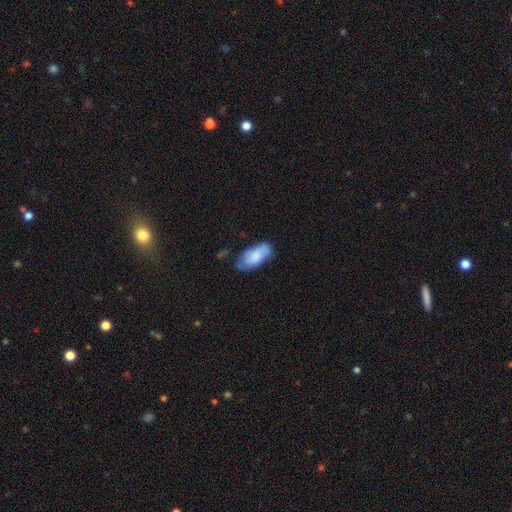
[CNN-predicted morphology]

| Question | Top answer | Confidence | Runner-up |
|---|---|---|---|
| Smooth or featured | smooth | 75% | featured or disk (19%) |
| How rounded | in between | 92% | cigar-shaped (6%) |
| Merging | none | 54% | minor disturbance (33%) |